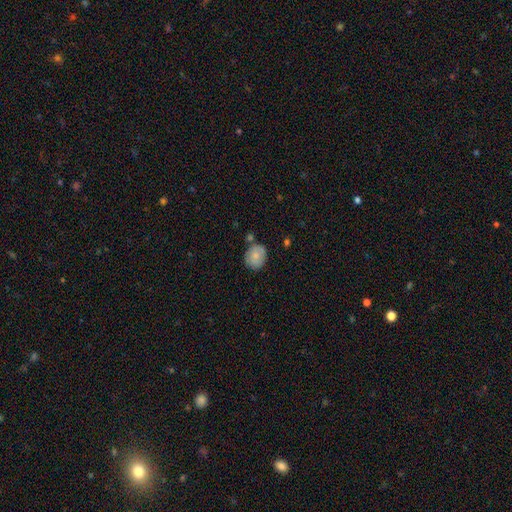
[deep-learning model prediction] A smooth galaxy with no disk features (78%) that is round (64%).

Vote fractions:
- Smooth or featured? smooth: 78% / featured or disk: 15% / star or artifact: 7%
- How rounded? round: 64% / in between: 35% / cigar-shaped: 1%
- Merging? none: 69% / minor disturbance: 19% / merger: 8% / major disturbance: 4%